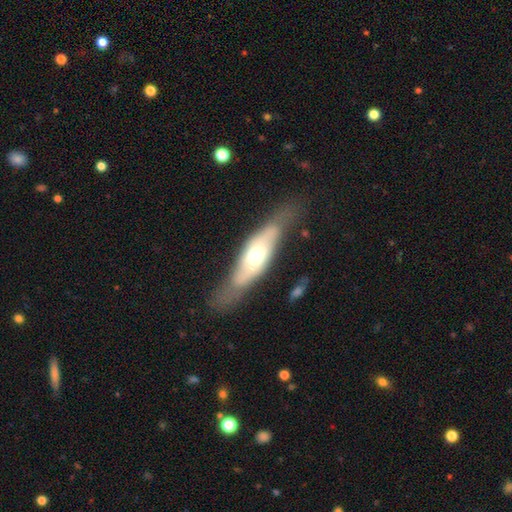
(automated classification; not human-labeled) This is possibly a featured or disk galaxy (55%). It is possibly not viewed edge-on (51%). Merging: likely none (61%).